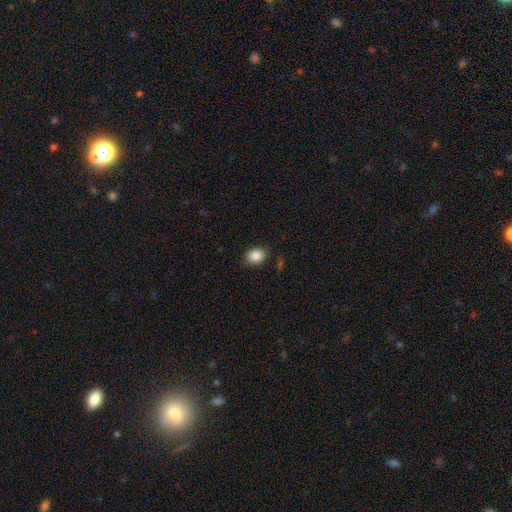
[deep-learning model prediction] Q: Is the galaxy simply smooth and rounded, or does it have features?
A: smooth — 86%.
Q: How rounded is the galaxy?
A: in between — 61%.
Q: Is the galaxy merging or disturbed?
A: none — 82%.